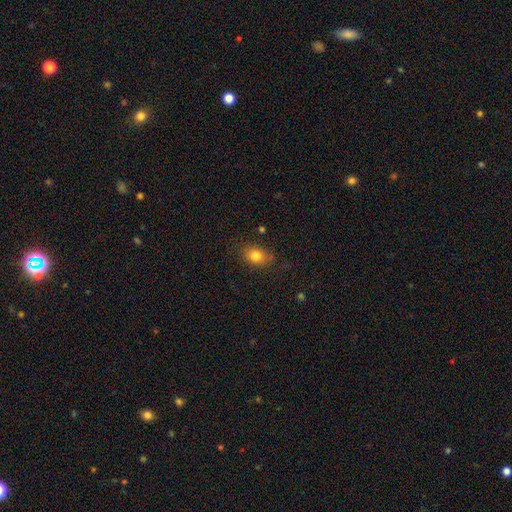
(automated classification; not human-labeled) Q: Smooth or featured?
A: smooth (81%); runner-up: star or artifact (10%)
Q: How rounded?
A: in between (70%); runner-up: round (29%)
Q: Merging?
A: none (73%); runner-up: minor disturbance (20%)